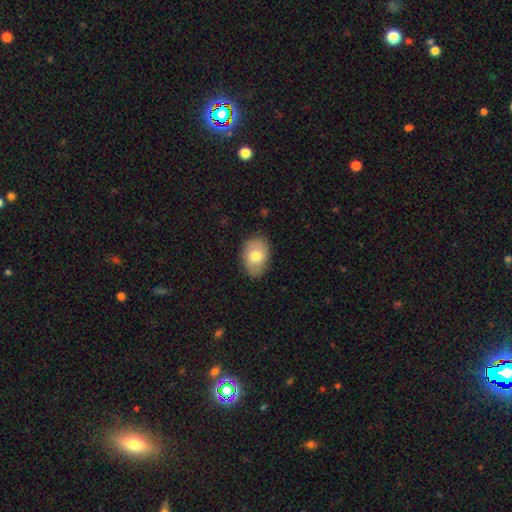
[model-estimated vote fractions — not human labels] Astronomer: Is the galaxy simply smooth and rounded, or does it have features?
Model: smooth — 72%.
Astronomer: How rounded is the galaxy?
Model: in between — 80%.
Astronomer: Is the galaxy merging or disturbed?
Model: none — 83%.